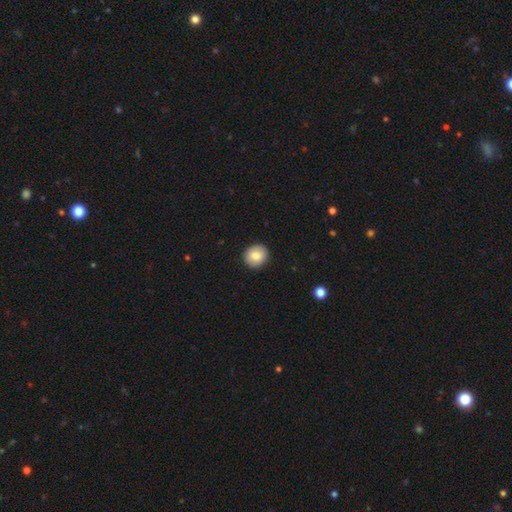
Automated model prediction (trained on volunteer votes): Smooth or featured?
  - smooth: 80% *
  - featured or disk: 12%
  - star or artifact: 8%
How rounded?
  - round: 86% *
  - in between: 13%
  - cigar-shaped: 1%
Merging?
  - none: 91% *
  - minor disturbance: 6%
  - major disturbance: 2%
  - merger: 1%